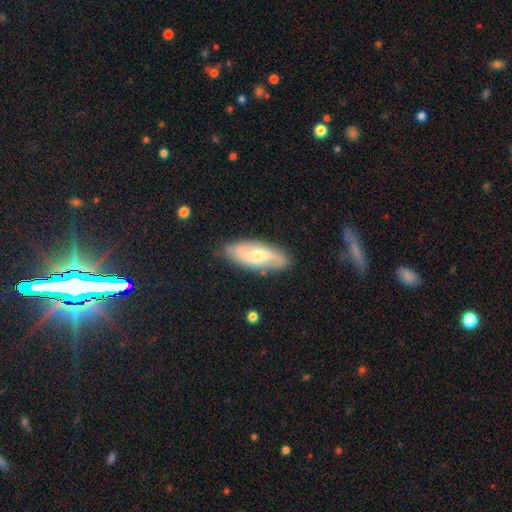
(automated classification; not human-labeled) Overall: featured or disk (61%; smooth 33%). Edge-on disk: no (86%). Bar: weak (49%; no 33%). Spiral arms: yes (85%). Bulge size: moderate (51%; small 39%). Merging: none (79%).